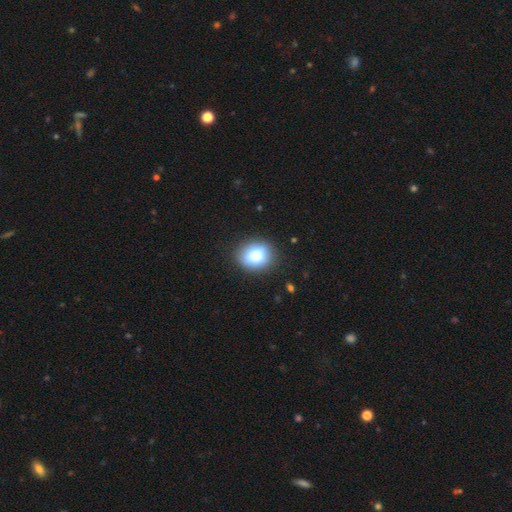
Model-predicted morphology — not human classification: Smooth or featured?
  - smooth: 83% *
  - star or artifact: 9%
  - featured or disk: 8%
How rounded?
  - round: 52% *
  - in between: 47%
  - cigar-shaped: 1%
Merging?
  - none: 83% *
  - minor disturbance: 12%
  - major disturbance: 3%
  - merger: 1%